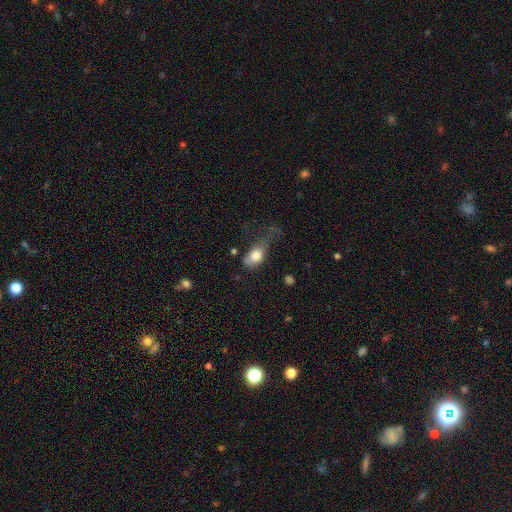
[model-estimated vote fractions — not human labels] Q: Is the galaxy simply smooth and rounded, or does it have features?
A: smooth — 74%.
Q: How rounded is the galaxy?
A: in between — 78%.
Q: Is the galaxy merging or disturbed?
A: major disturbance — 38%.